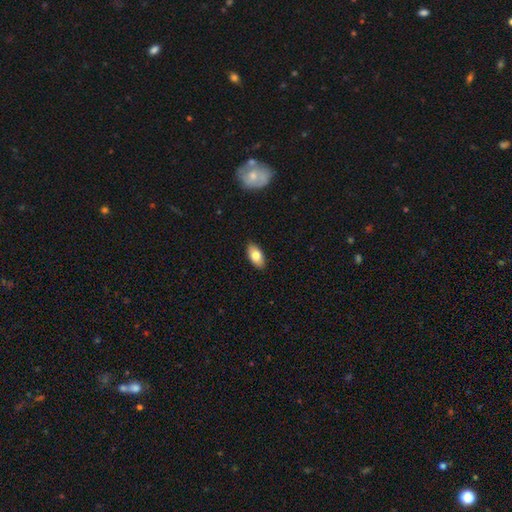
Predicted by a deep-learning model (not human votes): Smooth or featured? smooth (79%)
How rounded? in between (91%)
Merging? none (89%)